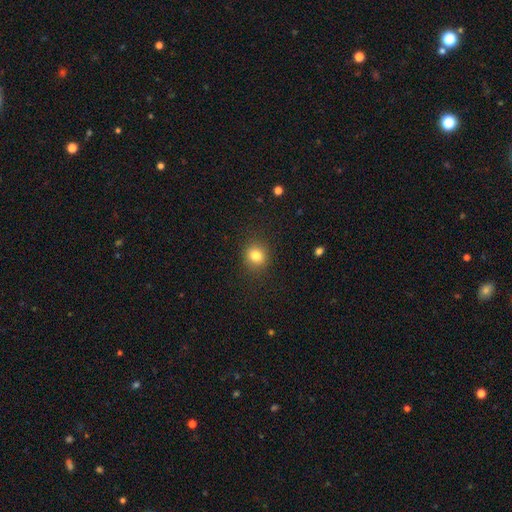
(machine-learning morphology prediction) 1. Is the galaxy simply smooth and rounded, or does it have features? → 82% smooth, 12% star or artifact, 7% featured or disk.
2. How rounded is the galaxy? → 82% round, 17% in between, 1% cigar-shaped.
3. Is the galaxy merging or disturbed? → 89% none, 7% minor disturbance, 3% major disturbance, 1% merger.